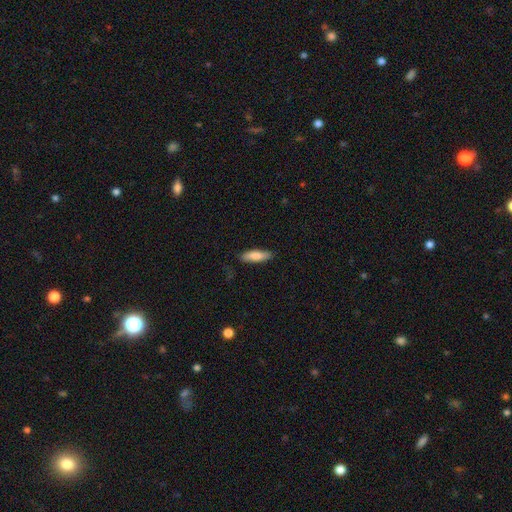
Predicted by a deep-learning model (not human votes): This is clearly a smooth galaxy (81%). How rounded: possibly cigar-shaped (56%). Merging: clearly none (82%).